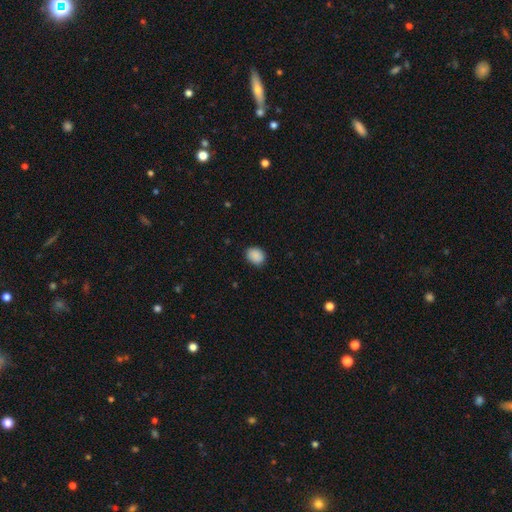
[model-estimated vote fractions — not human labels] Smooth or featured: smooth — 89% (star or artifact — 7%)
How rounded: round — 51% (in between — 49%)
Merging: none — 84% (minor disturbance — 13%)